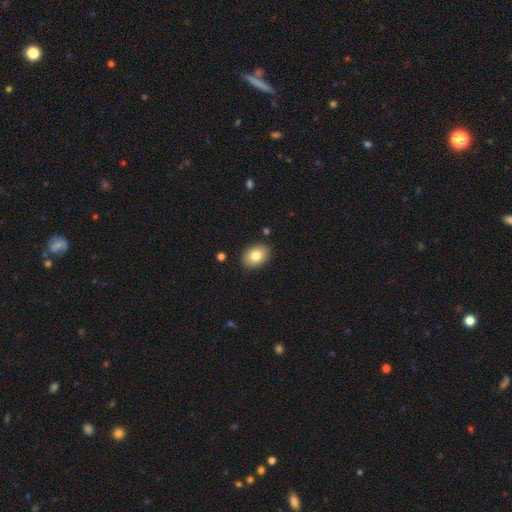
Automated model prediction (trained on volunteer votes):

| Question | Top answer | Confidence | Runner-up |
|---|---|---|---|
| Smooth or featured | smooth | 81% | featured or disk (11%) |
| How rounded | in between | 75% | round (24%) |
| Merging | none | 87% | minor disturbance (9%) |